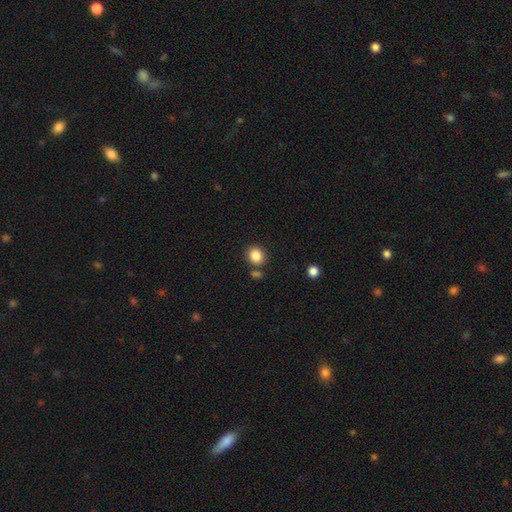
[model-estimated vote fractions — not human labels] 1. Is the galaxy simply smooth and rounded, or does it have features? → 86% smooth, 10% star or artifact, 4% featured or disk.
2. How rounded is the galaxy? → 74% round, 25% in between, 1% cigar-shaped.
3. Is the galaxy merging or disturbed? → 78% none, 10% minor disturbance, 9% merger, 3% major disturbance.